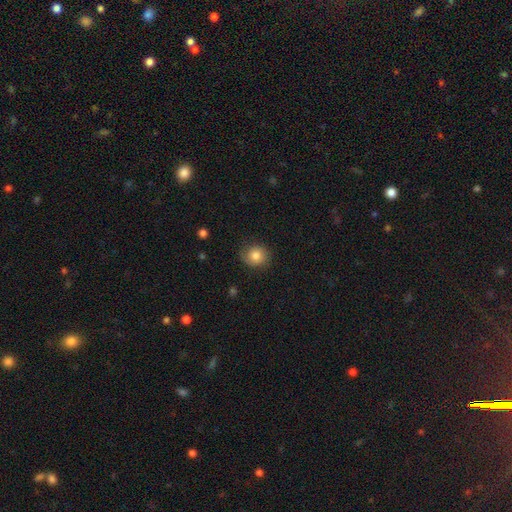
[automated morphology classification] The model was most divided on "merging": none: 78%, minor disturbance: 16%, major disturbance: 4%, merger: 1%. More confident: how rounded — round (83%); smooth or featured — smooth (79%).